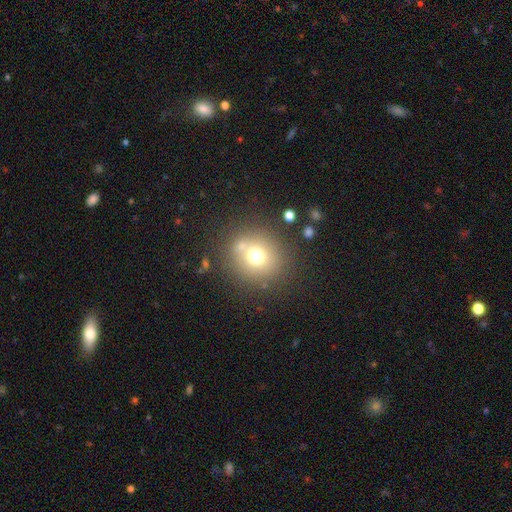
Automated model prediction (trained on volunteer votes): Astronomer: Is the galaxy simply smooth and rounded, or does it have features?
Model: smooth — 69%.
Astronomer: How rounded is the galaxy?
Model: round — 87%.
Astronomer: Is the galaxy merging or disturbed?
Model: none — 76%.